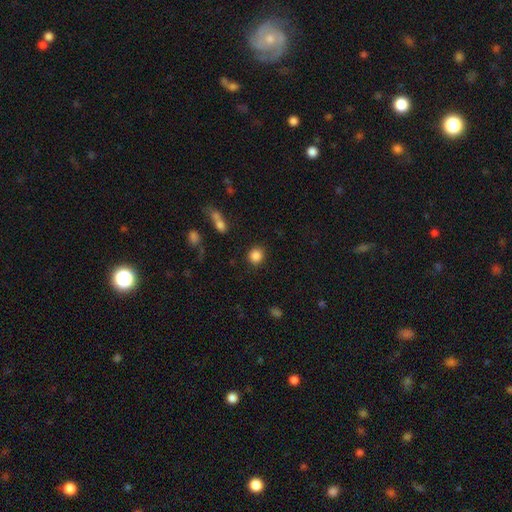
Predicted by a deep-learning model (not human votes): Smooth or featured: smooth — 86% (star or artifact — 10%)
How rounded: round — 88% (in between — 11%)
Merging: none — 88% (minor disturbance — 7%)